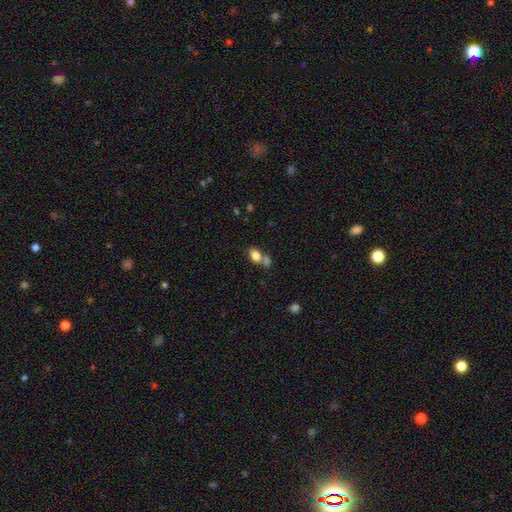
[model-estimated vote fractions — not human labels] Q: Smooth or featured?
A: smooth (81%); runner-up: star or artifact (10%)
Q: How rounded?
A: in between (81%); runner-up: round (17%)
Q: Merging?
A: merger (46%); runner-up: none (39%)